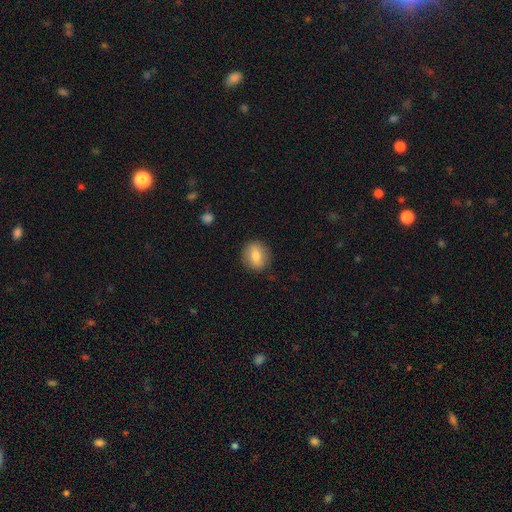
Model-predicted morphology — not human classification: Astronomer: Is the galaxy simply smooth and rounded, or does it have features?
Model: smooth — 73%.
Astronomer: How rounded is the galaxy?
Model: round — 72%.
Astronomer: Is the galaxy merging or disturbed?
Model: none — 87%.